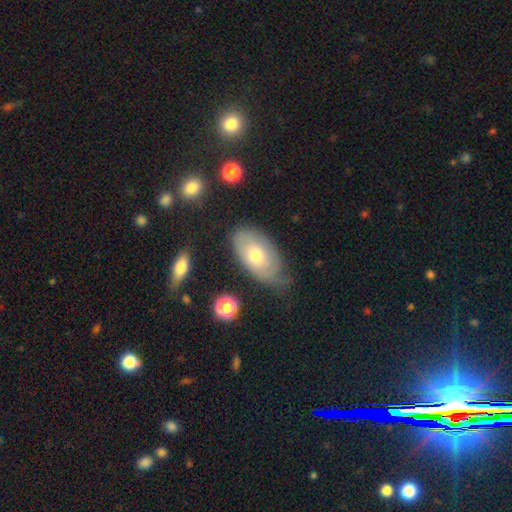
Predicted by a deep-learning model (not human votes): A smooth galaxy with no disk features (56%) that is in between round and cigar-shaped (93%).

Vote fractions:
- Smooth or featured? smooth: 56% / featured or disk: 37% / star or artifact: 7%
- How rounded? in between: 93% / round: 5% / cigar-shaped: 2%
- Merging? none: 57% / minor disturbance: 31% / major disturbance: 9% / merger: 3%